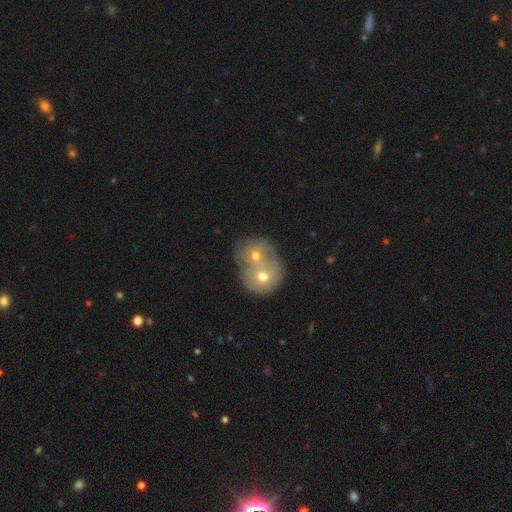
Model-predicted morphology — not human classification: smooth-or-featured: smooth: 54% | featured or disk: 38% | star or artifact: 9%
  how-rounded: round: 68% | in between: 31% | cigar-shaped: 1%
  merging: merger: 76% | none: 16% | minor disturbance: 5% | major disturbance: 3%